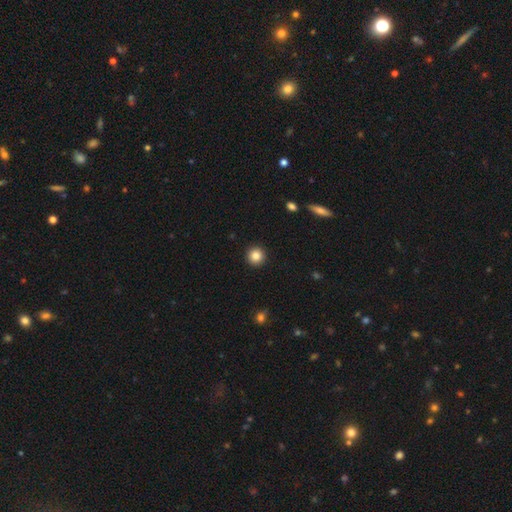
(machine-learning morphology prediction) smooth_or_featured: smooth (p=0.86) [alt: star or artifact p=0.10]
how_rounded: round (p=0.96) [alt: in between p=0.03]
merging: none (p=0.93) [alt: minor disturbance p=0.04]